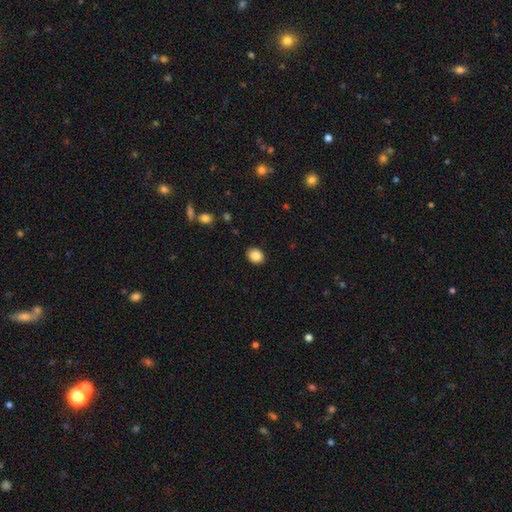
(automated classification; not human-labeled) smooth 87%, star or artifact 9%, featured or disk 5%. Down the decision tree: how rounded — round (52%); merging — none (90%).